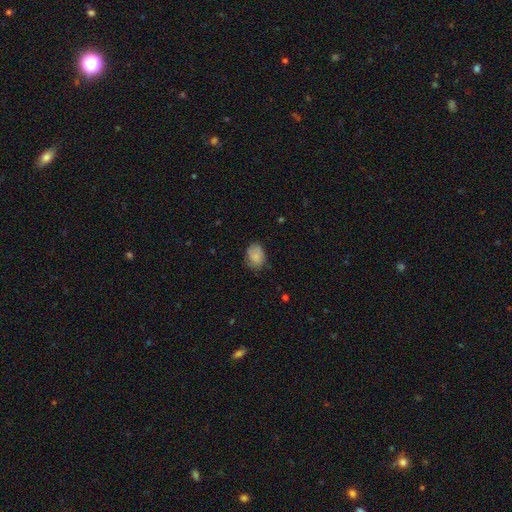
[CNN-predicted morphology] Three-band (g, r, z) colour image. It shows a smooth galaxy with no disk features (79%) that is in between round and cigar-shaped (67%). Merging: none (66%).